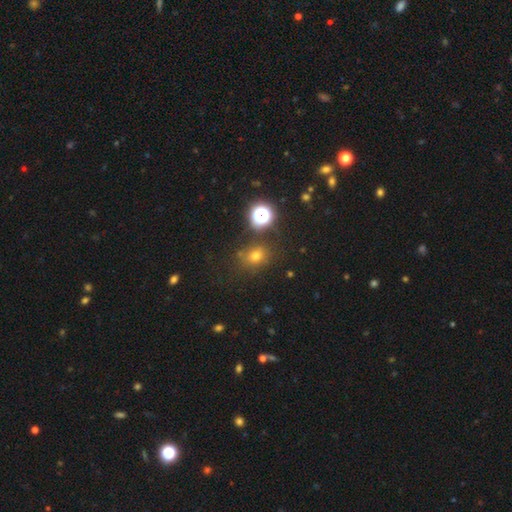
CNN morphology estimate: smooth 66%, star or artifact 25%, featured or disk 9%. Down the decision tree: how rounded — round (66%); merging — none (77%).